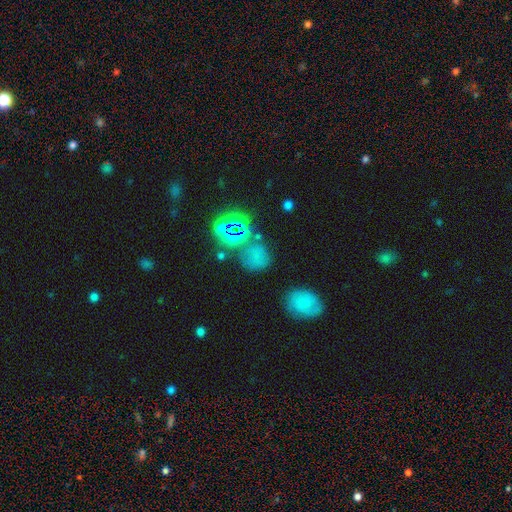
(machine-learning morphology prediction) A smooth galaxy with no disk features (57%) that is round (73%).

Vote fractions:
- Smooth or featured? smooth: 57% / star or artifact: 33% / featured or disk: 10%
- How rounded? round: 73% / in between: 25% / cigar-shaped: 2%
- Merging? none: 61% / minor disturbance: 17% / merger: 12% / major disturbance: 10%